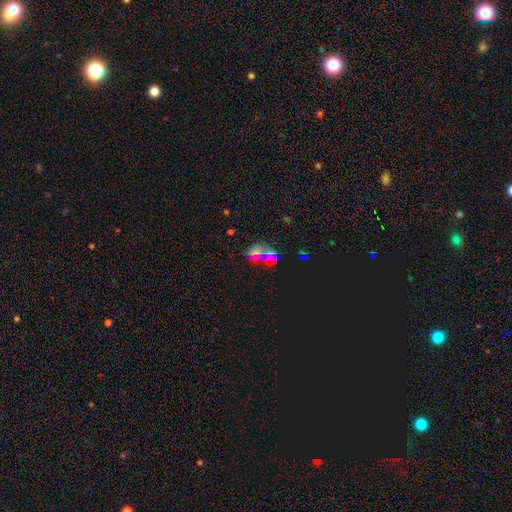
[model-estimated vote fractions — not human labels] Smooth or featured: star or artifact — 49% (smooth — 38%)